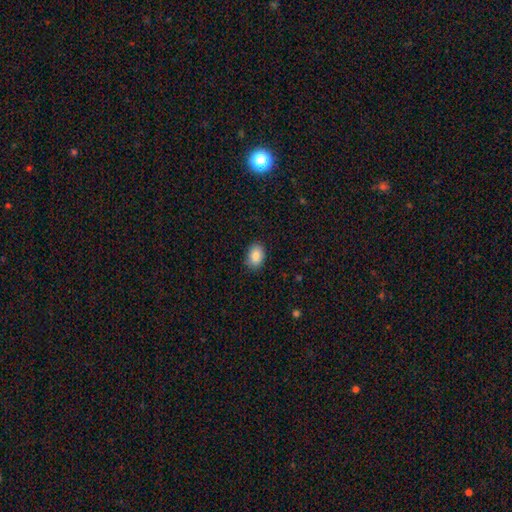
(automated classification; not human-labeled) Smooth or featured?
  - smooth: 86% *
  - star or artifact: 7%
  - featured or disk: 7%
How rounded?
  - in between: 80% *
  - round: 19%
  - cigar-shaped: 1%
Merging?
  - none: 86% *
  - minor disturbance: 11%
  - major disturbance: 2%
  - merger: 1%